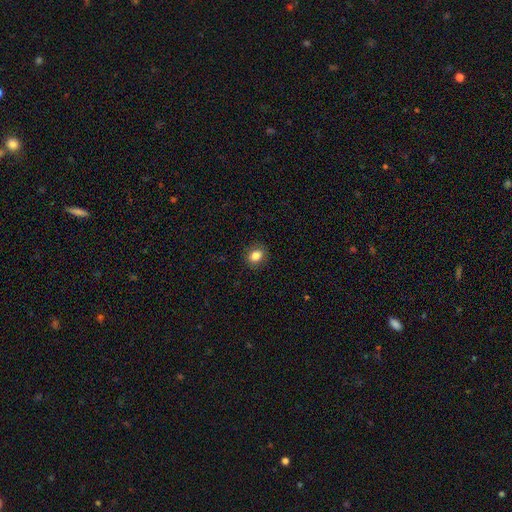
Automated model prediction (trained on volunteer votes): Smooth or featured? Predicted: smooth (p=0.85). How rounded? Predicted: round (p=0.58). Merging? Predicted: none (p=0.88).